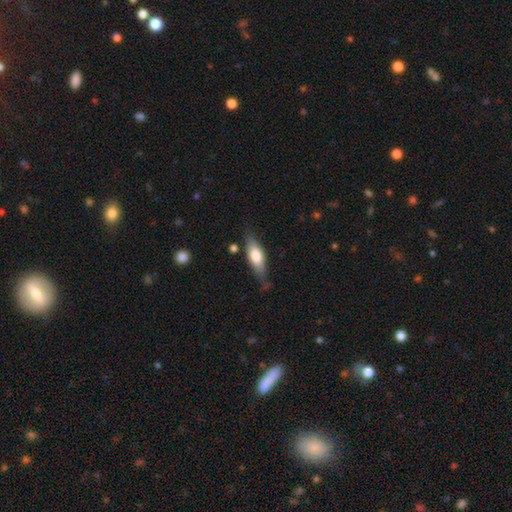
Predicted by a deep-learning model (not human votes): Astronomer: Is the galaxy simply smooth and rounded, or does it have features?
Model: smooth — 65%.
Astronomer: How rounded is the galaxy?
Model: in between — 61% (runner-up: cigar-shaped, 36%).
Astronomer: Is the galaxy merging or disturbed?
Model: none — 69%.